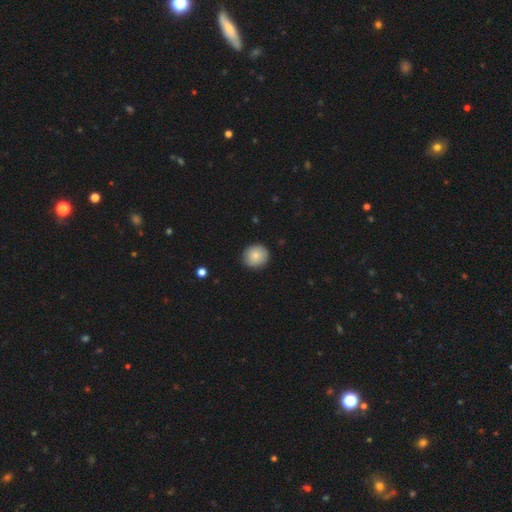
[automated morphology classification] This is clearly a smooth galaxy (83%). How rounded: clearly round (88%). Merging: clearly none (88%).